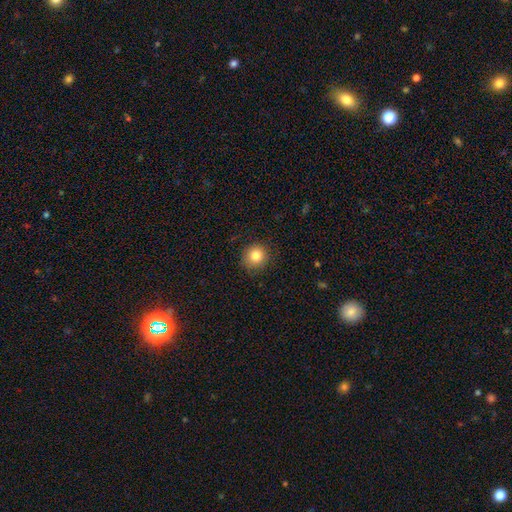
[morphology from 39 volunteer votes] Smooth or featured? smooth (82%)
How rounded? round (100%)
Merging? none (94%)